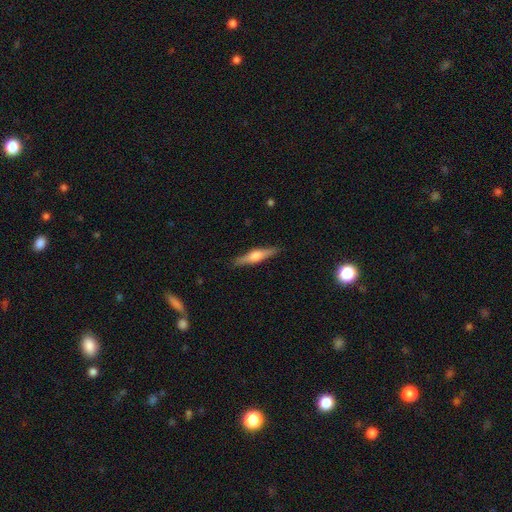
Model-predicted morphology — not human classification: A featured or disk galaxy (61%) viewed edge-on (97%) with a rounded central bulge (87%).

Vote fractions:
- Smooth or featured? featured or disk: 61% / smooth: 33% / star or artifact: 6%
- Edge-on disk? yes: 97% / no: 3%
- Edge-on bulge? rounded: 87% / boxy: 9% / none: 4%
- Merging? none: 90% / minor disturbance: 7% / major disturbance: 2% / merger: 1%